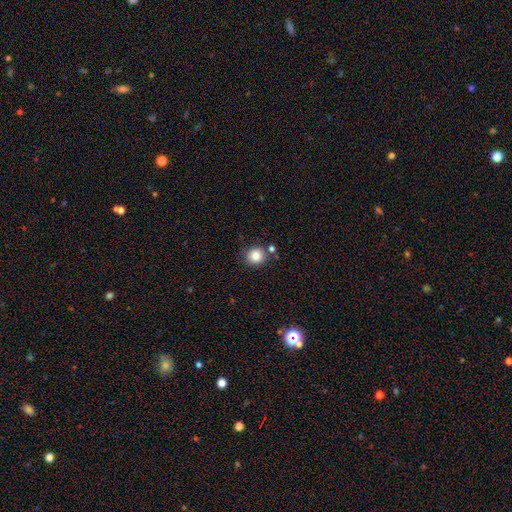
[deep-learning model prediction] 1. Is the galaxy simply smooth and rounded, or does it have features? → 84% smooth, 10% star or artifact, 6% featured or disk.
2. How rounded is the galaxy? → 81% round, 18% in between, 1% cigar-shaped.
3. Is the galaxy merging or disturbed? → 76% none, 12% minor disturbance, 9% merger, 3% major disturbance.